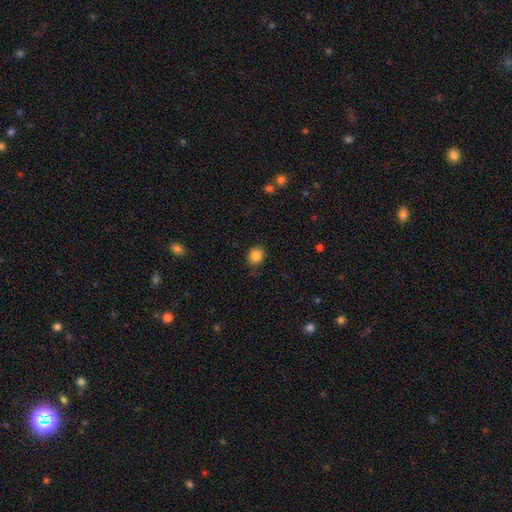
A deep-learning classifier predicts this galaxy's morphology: Smooth or featured? smooth (86%)
How rounded? round (67%)
Merging? none (82%)